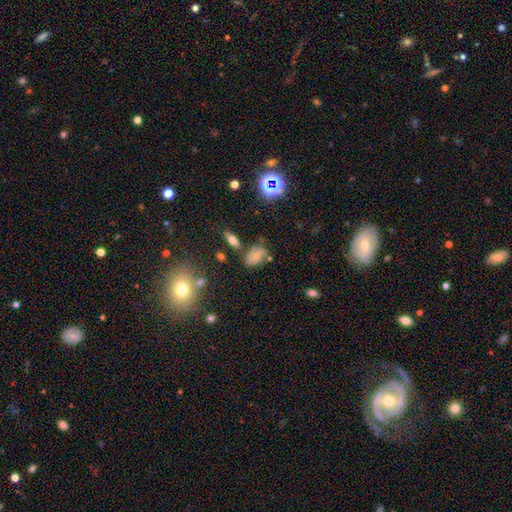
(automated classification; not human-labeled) smooth_or_featured: smooth (p=0.42) [alt: featured or disk p=0.40]
merging: none (p=0.52) [alt: minor disturbance p=0.26]